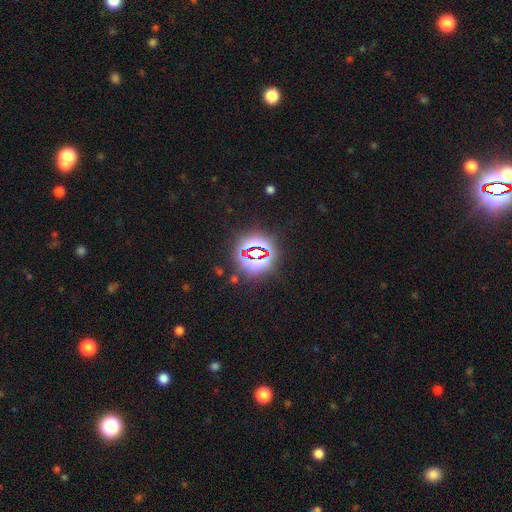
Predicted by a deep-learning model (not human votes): smooth-or-featured: star or artifact: 76% | smooth: 16% | featured or disk: 9%